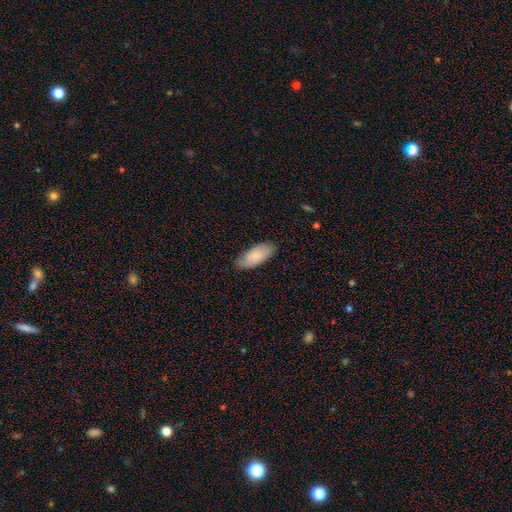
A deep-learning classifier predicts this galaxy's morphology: smooth-or-featured: smooth: 83% | featured or disk: 12% | star or artifact: 6%
  how-rounded: in between: 86% | cigar-shaped: 13% | round: 2%
  merging: none: 80% | minor disturbance: 16% | major disturbance: 3% | merger: 1%